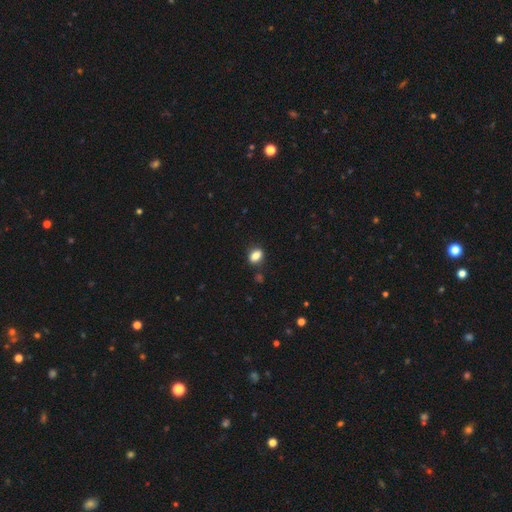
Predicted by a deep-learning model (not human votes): Q: Smooth or featured?
A: smooth (85%); runner-up: star or artifact (9%)
Q: How rounded?
A: in between (73%); runner-up: round (24%)
Q: Merging?
A: none (82%); runner-up: minor disturbance (12%)